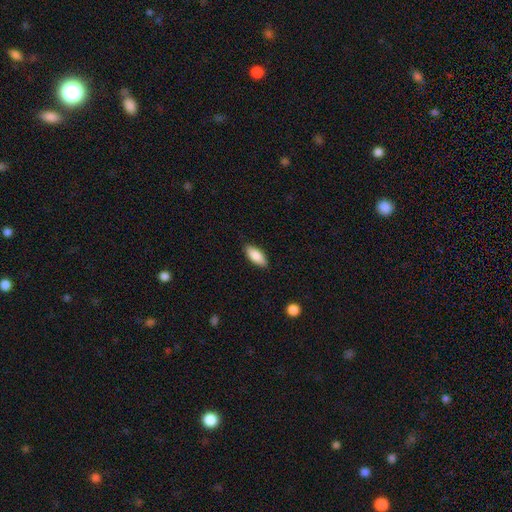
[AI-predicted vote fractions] This appears to be a smooth galaxy with no disk features (86%) that is in between round and cigar-shaped (81%). Merging: none (86%).